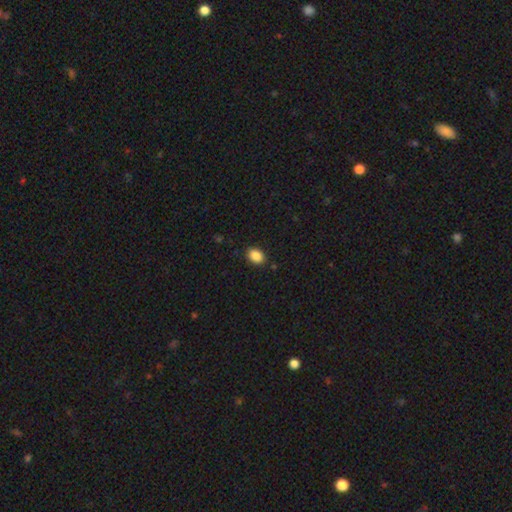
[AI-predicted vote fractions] Smooth or featured? Predicted: smooth (p=0.88). How rounded? Predicted: in between (p=0.77). Merging? Predicted: none (p=0.88).